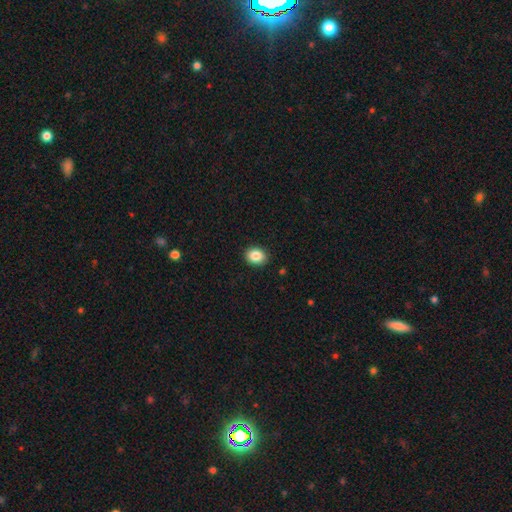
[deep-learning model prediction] A smooth galaxy with no disk features (86%) that is round (52%). Merging: none (90%).